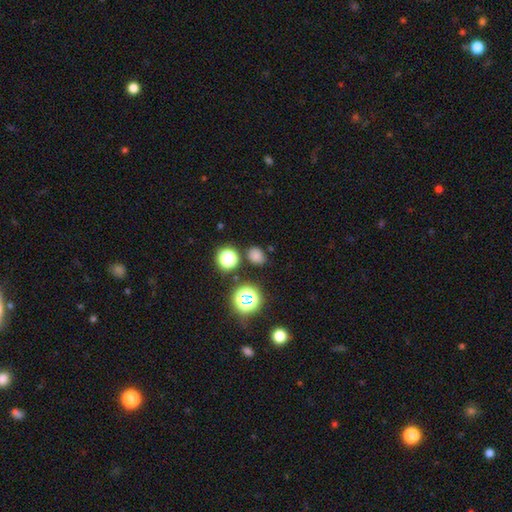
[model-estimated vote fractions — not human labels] A smooth galaxy with no disk features (73%) that is in between round and cigar-shaped (52%). Merging: none (81%).